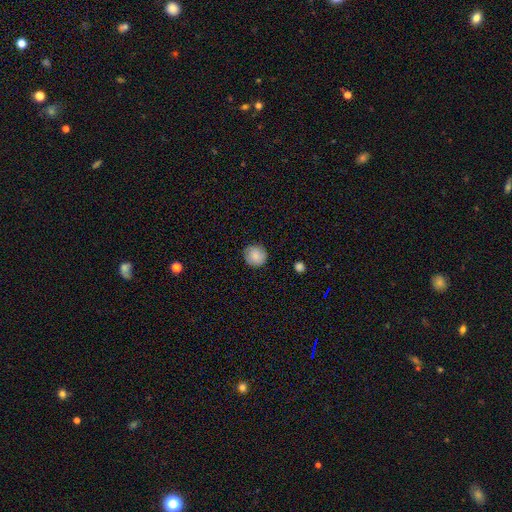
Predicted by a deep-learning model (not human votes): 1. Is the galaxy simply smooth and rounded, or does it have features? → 75% smooth, 17% featured or disk, 8% star or artifact.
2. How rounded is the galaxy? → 90% round, 9% in between, 1% cigar-shaped.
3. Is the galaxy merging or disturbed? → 85% none, 11% minor disturbance, 3% major disturbance, 1% merger.